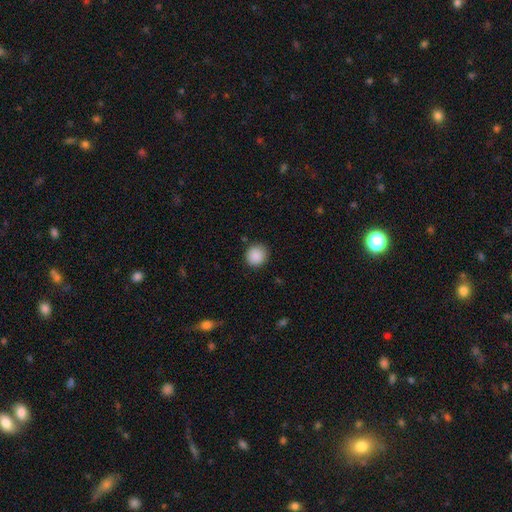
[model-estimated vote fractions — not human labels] This appears to be a smooth galaxy with no disk features (89%) that is round (92%). Merging: none (89%).